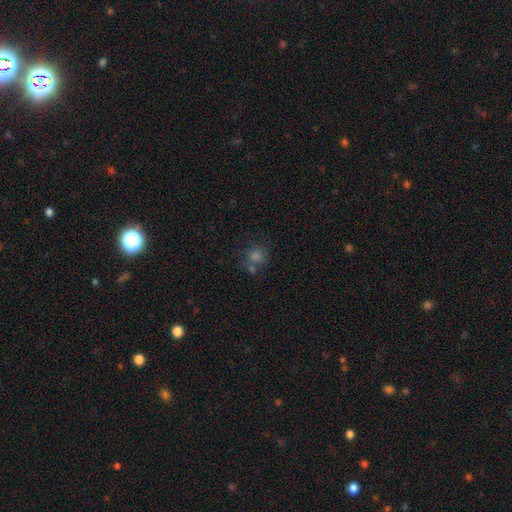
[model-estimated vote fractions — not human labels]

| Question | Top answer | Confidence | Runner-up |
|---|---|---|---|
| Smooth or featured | smooth | 66% | star or artifact (24%) |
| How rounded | round | 87% | in between (12%) |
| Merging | none | 68% | merger (15%) |